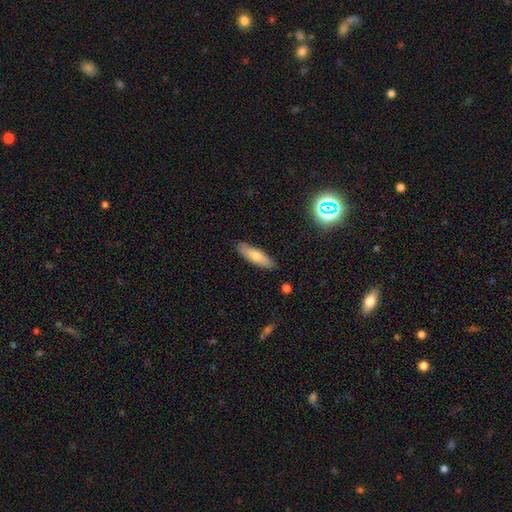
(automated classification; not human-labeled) This appears to be a smooth galaxy with no disk features (68%) that is cigar-shaped (54%). Merging: none (87%).